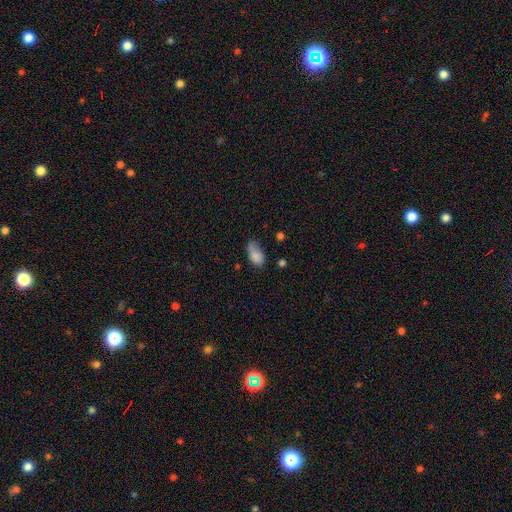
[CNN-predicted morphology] The model was most divided on "merging": none: 48%, minor disturbance: 35%, major disturbance: 12%, merger: 4%. More confident: how rounded — in between (92%); smooth or featured — smooth (83%).